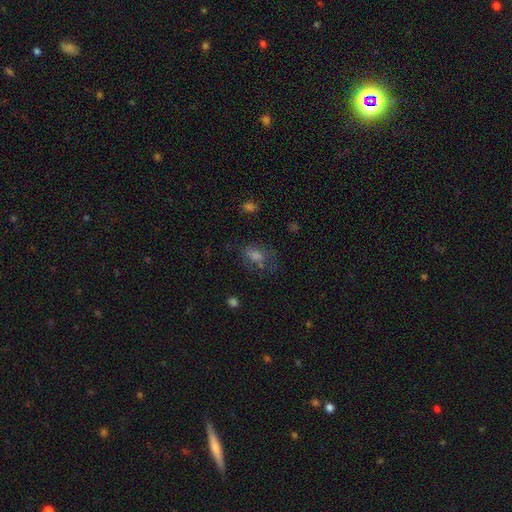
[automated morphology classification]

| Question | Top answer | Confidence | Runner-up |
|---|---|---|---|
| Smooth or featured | smooth | 56% | star or artifact (22%) |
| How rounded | in between | 75% | round (22%) |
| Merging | none | 53% | minor disturbance (22%) |